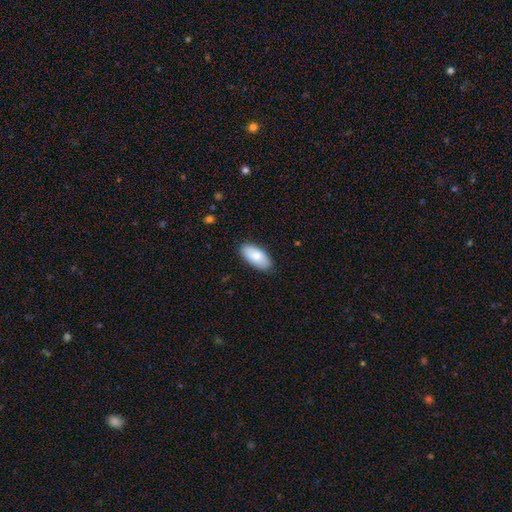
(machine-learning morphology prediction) Smooth or featured?
  - smooth: 83% *
  - featured or disk: 11%
  - star or artifact: 6%
How rounded?
  - in between: 91% *
  - cigar-shaped: 7%
  - round: 2%
Merging?
  - none: 87% *
  - minor disturbance: 10%
  - major disturbance: 2%
  - merger: 1%